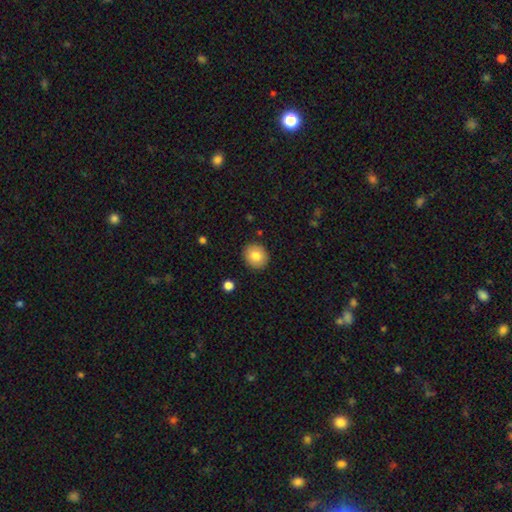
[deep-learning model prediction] smooth_or_featured: smooth (p=0.81) [alt: featured or disk p=0.10]
how_rounded: round (p=0.77) [alt: in between p=0.22]
merging: none (p=0.90) [alt: minor disturbance p=0.07]